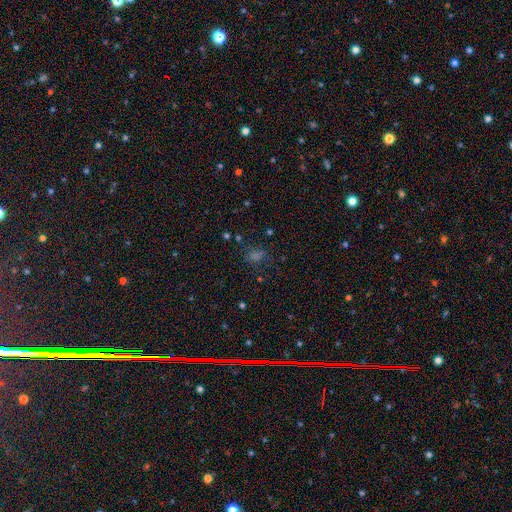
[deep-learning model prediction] Morphology: type=smooth (47%); merging=none (74%).